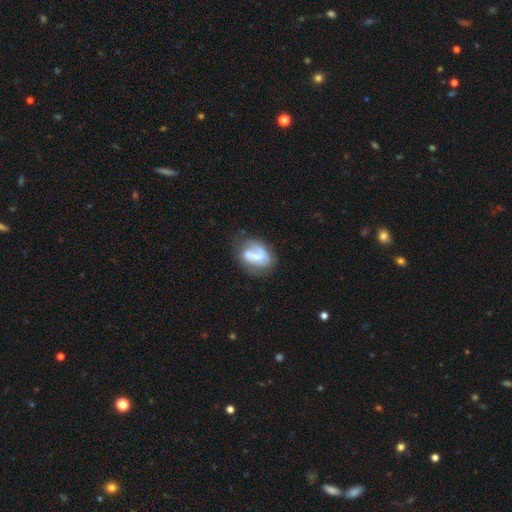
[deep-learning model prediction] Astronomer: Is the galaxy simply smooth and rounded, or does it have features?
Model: featured or disk — 57% (runner-up: smooth, 35%).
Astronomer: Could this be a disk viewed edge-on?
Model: no — 97%.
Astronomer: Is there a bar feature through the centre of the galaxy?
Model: no — 36%, tied with weak at 36%.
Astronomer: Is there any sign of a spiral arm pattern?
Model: yes — 65%.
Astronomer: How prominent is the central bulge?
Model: none — 44% (runner-up: small, 27%).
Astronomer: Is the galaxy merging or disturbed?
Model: none — 49% (runner-up: minor disturbance, 26%).